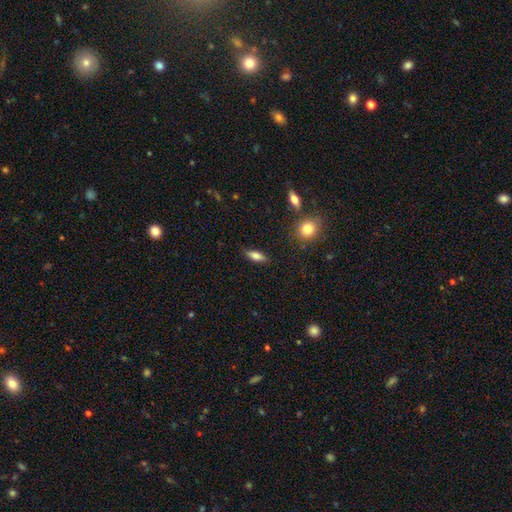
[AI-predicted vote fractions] smooth 75%, featured or disk 17%, star or artifact 8%. Down the decision tree: how rounded — in between (66%); merging — none (85%).